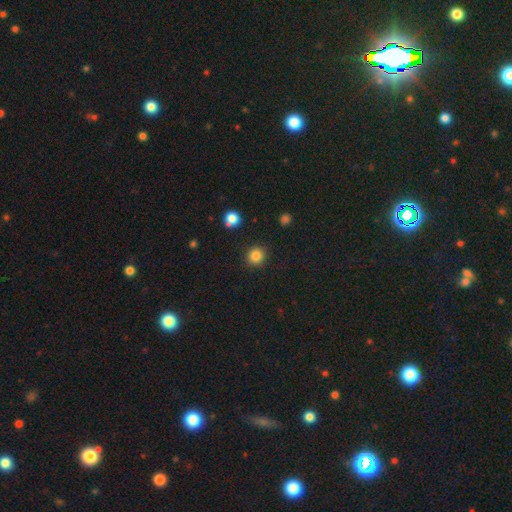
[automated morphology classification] Overall: smooth (84%). How rounded: round (92%). Merging: none (91%).